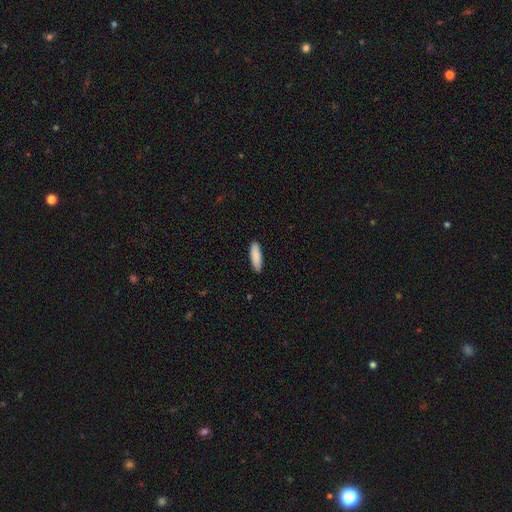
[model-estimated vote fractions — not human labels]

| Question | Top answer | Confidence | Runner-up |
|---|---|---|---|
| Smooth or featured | smooth | 89% | featured or disk (6%) |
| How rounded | cigar-shaped | 54% | in between (44%) |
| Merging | none | 90% | minor disturbance (8%) |